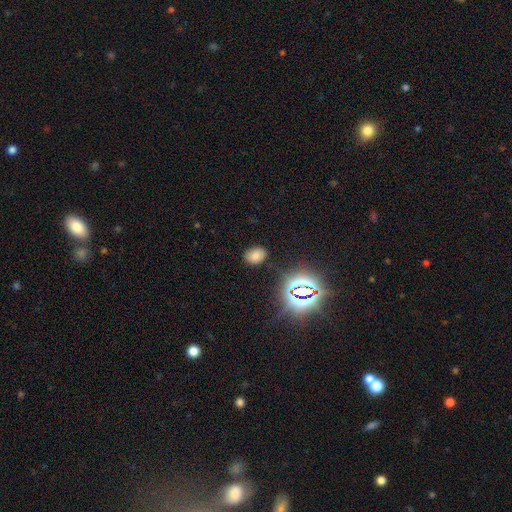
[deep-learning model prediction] Smooth or featured?
  - smooth: 70% *
  - star or artifact: 22%
  - featured or disk: 8%
How rounded?
  - in between: 73% *
  - round: 26%
  - cigar-shaped: 1%
Merging?
  - none: 83% *
  - minor disturbance: 12%
  - major disturbance: 3%
  - merger: 2%